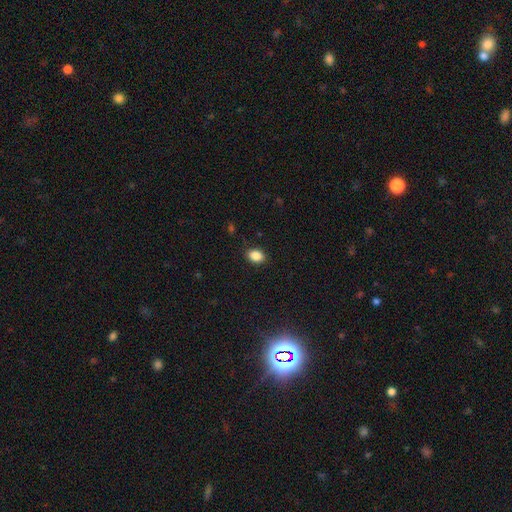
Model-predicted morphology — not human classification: Q: Smooth or featured?
A: smooth (87%); runner-up: star or artifact (9%)
Q: How rounded?
A: in between (72%); runner-up: round (27%)
Q: Merging?
A: none (88%); runner-up: minor disturbance (9%)